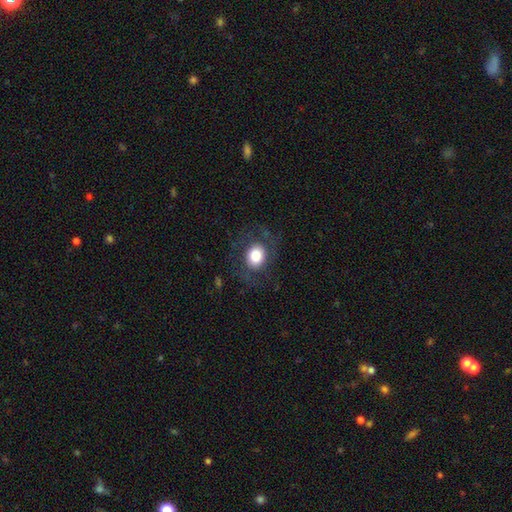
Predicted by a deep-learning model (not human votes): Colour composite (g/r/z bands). It shows a smooth galaxy with no disk features (73%) that is round (60%). Merging: none (73%).